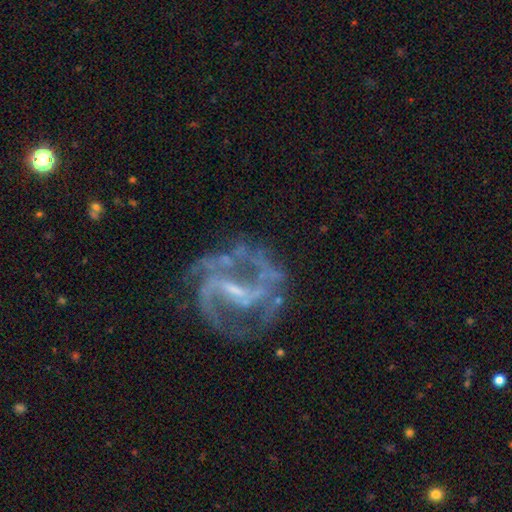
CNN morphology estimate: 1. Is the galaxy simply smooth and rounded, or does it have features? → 87% featured or disk, 9% star or artifact, 5% smooth.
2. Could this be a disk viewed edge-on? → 97% no, 3% yes.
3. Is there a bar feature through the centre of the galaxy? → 46% strong, 40% weak, 14% no.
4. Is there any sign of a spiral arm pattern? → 95% yes, 5% no.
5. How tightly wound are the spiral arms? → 54% medium, 26% tight, 19% loose.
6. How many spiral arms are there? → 67% 2, 12% 3, 10% can't tell, 4% 1, 4% 4, 3% more than 4.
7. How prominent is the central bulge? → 62% small, 19% moderate, 17% none, 1% large, 1% dominant.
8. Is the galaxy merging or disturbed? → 68% none, 16% minor disturbance, 13% major disturbance, 3% merger.